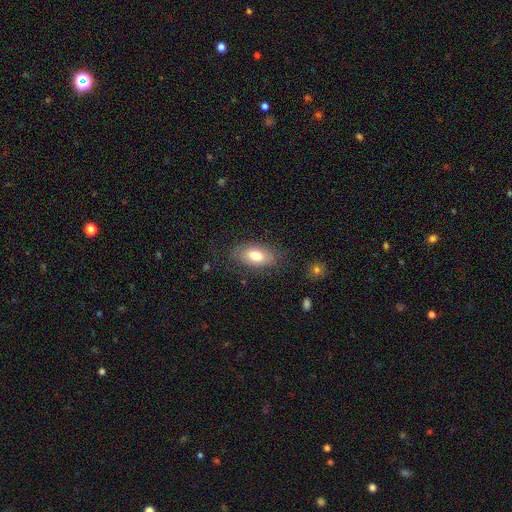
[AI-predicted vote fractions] A smooth galaxy with no disk features (76%) that is in between round and cigar-shaped (91%). Merging: none (77%).